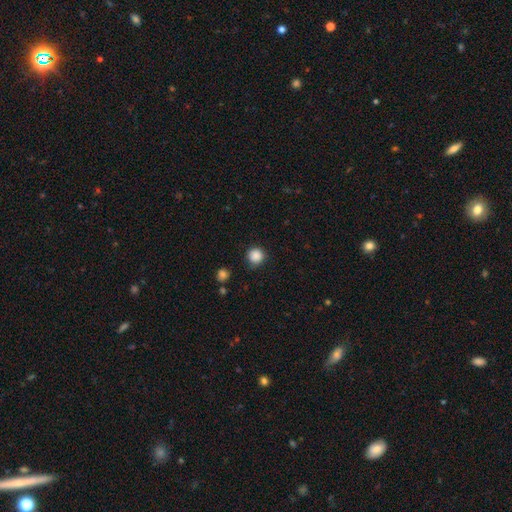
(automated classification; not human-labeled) Smooth or featured? smooth (87%)
How rounded? round (94%)
Merging? none (85%)